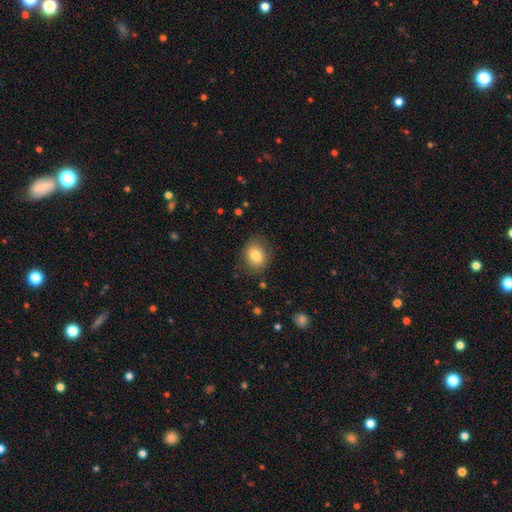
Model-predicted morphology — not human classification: This is clearly a smooth galaxy (81%). How rounded: possibly round (55%). Merging: clearly none (82%).